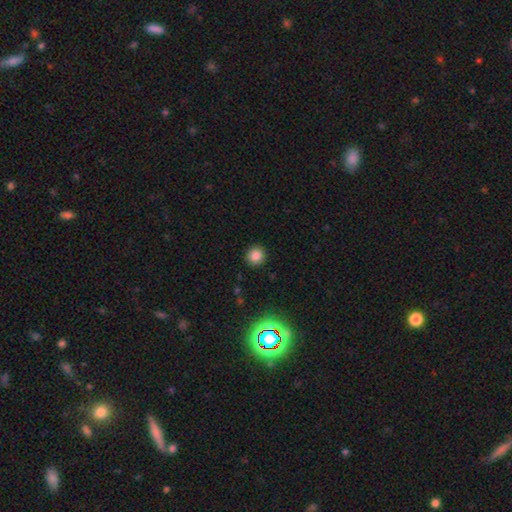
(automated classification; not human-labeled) The model was most divided on "smooth or featured": smooth: 83%, star or artifact: 12%, featured or disk: 5%. More confident: merging — none (92%); how rounded — round (92%).